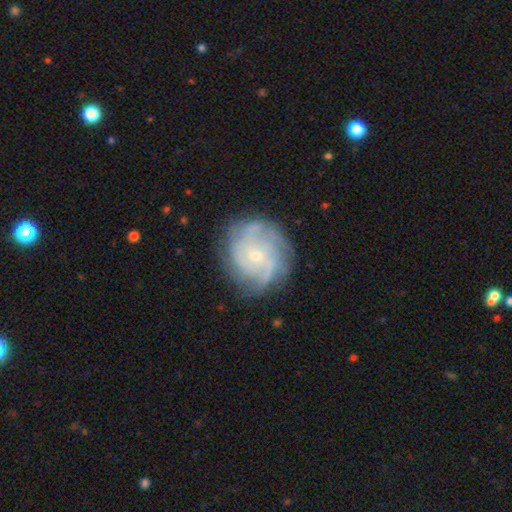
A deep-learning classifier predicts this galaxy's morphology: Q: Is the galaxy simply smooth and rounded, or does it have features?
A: featured or disk — 80%.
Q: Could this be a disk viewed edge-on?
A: no — 98%.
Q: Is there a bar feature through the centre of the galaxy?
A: no — 70%.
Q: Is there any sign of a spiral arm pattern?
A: yes — 93%.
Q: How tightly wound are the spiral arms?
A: tight — 56%.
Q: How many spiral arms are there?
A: can't tell — 32%.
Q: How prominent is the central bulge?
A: small — 71%.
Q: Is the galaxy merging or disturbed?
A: none — 75%.